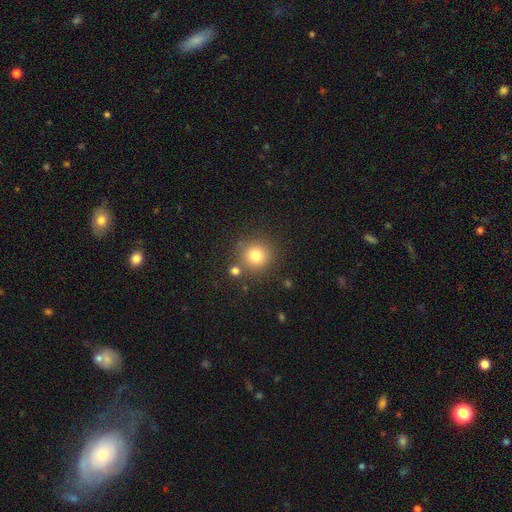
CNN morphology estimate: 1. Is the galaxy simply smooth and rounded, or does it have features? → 78% smooth, 13% star or artifact, 8% featured or disk.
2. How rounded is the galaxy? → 93% round, 6% in between, 1% cigar-shaped.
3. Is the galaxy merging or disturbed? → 80% none, 8% minor disturbance, 8% merger, 3% major disturbance.